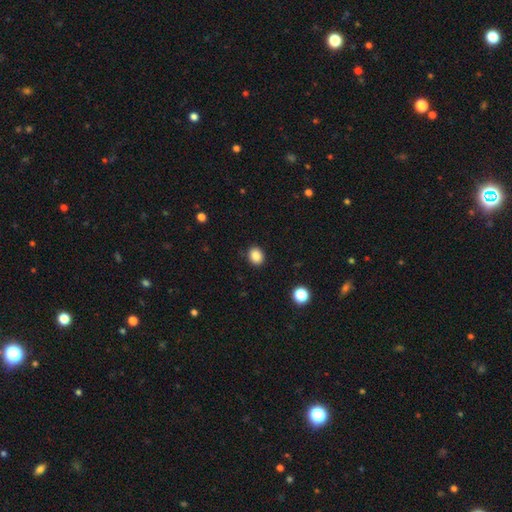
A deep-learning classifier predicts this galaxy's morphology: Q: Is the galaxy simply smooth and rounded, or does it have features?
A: smooth — 86%.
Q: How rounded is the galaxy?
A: round — 61%.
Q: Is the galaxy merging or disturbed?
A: none — 89%.